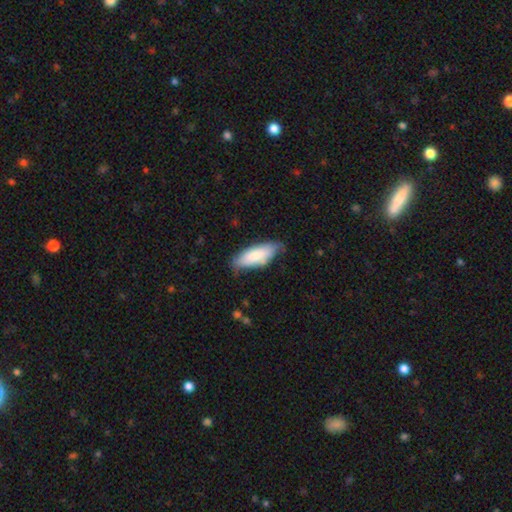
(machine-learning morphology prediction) The model was most divided on "merging": none: 63%, minor disturbance: 29%, major disturbance: 5%, merger: 2%. More confident: smooth or featured — smooth (80%); how rounded — in between (72%).